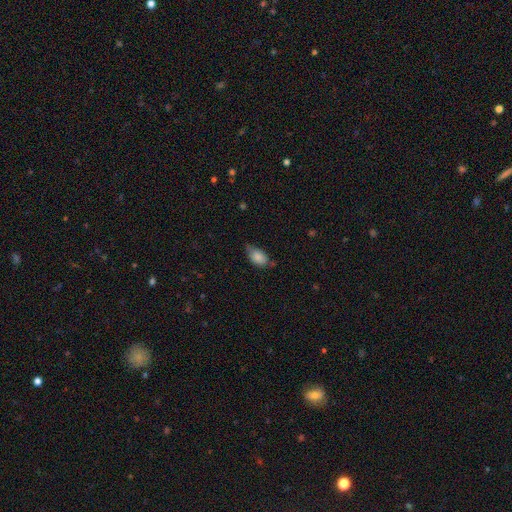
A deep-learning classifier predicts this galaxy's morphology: A smooth galaxy with no disk features (81%) that is in between round and cigar-shaped (90%). Merging: none (59%).